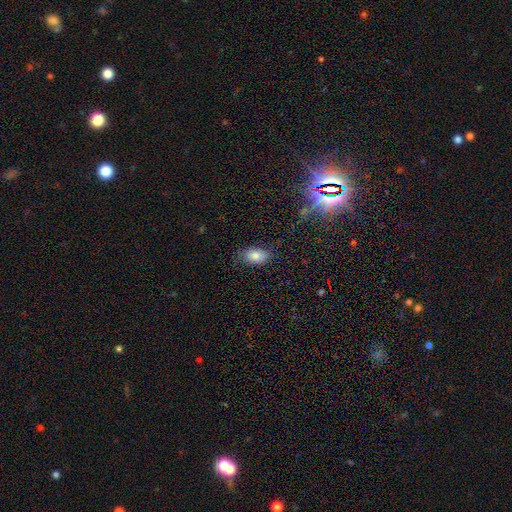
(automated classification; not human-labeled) A smooth galaxy with no disk features (82%) that is in between round and cigar-shaped (88%).

Vote fractions:
- Smooth or featured? smooth: 82% / star or artifact: 10% / featured or disk: 8%
- How rounded? in between: 88% / round: 10% / cigar-shaped: 2%
- Merging? none: 71% / minor disturbance: 21% / major disturbance: 6% / merger: 1%